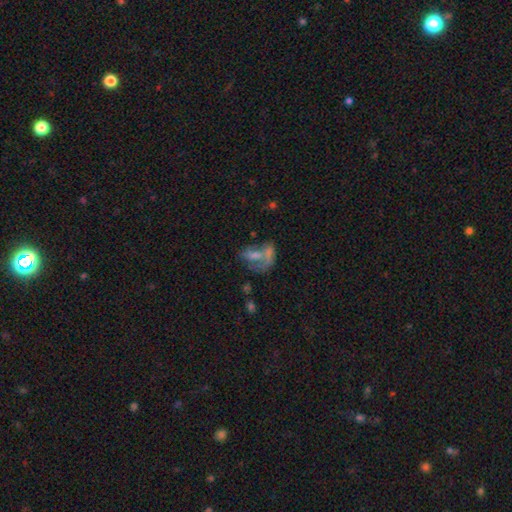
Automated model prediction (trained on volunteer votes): A smooth galaxy with no disk features (44%). Merging: merger (38%).